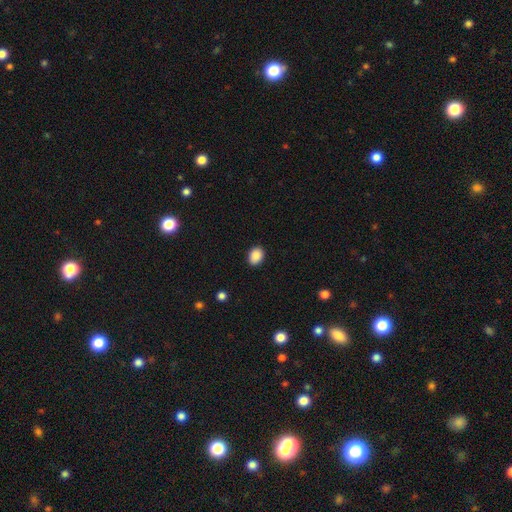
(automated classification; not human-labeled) Overall: smooth (89%). How rounded: in between (63%; round 36%). Merging: none (89%).